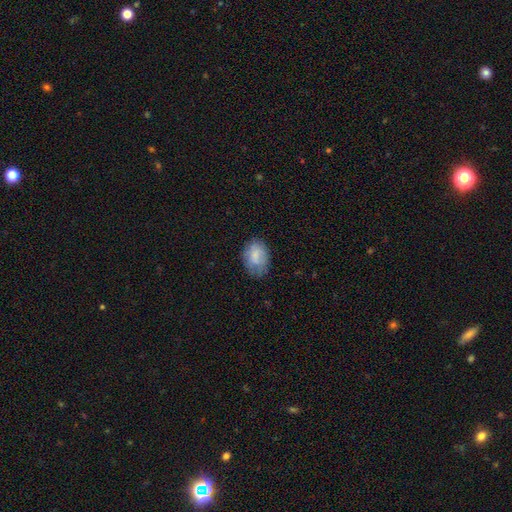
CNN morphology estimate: A smooth galaxy with no disk features (76%) that is in between round and cigar-shaped (77%).

Vote fractions:
- Smooth or featured? smooth: 76% / featured or disk: 16% / star or artifact: 8%
- How rounded? in between: 77% / round: 22% / cigar-shaped: 1%
- Merging? none: 66% / minor disturbance: 25% / major disturbance: 7% / merger: 1%